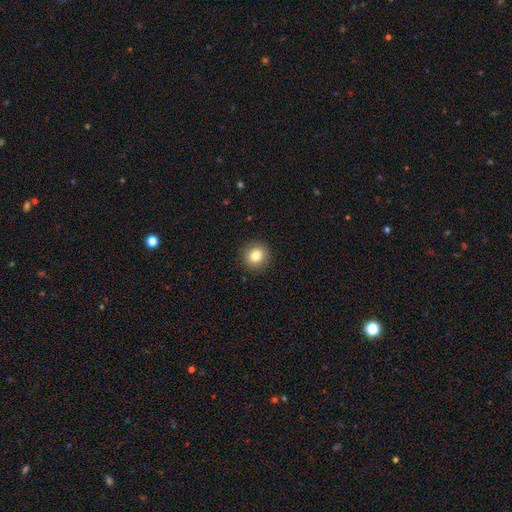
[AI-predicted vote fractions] Smooth or featured?
  - smooth: 82% *
  - star or artifact: 10%
  - featured or disk: 8%
How rounded?
  - round: 92% *
  - in between: 7%
  - cigar-shaped: 1%
Merging?
  - none: 91% *
  - minor disturbance: 6%
  - major disturbance: 2%
  - merger: 1%